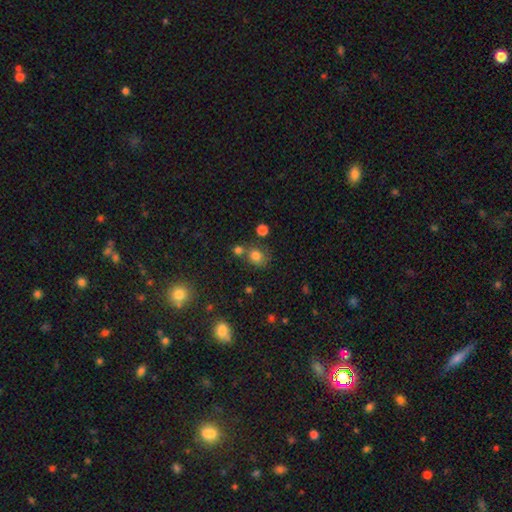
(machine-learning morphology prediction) Smooth or featured? smooth (76%)
How rounded? round (71%)
Merging? none (60%)